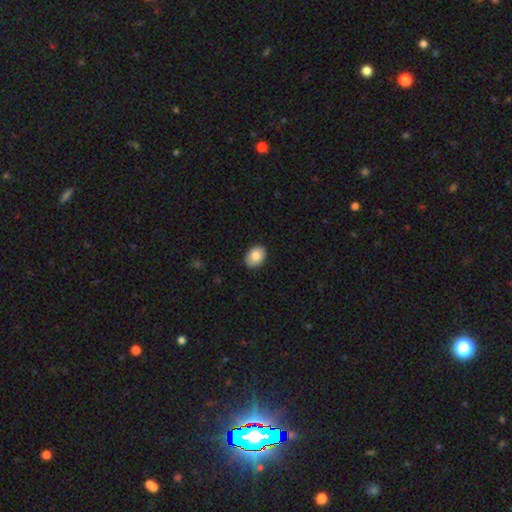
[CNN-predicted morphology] This appears to be a smooth galaxy with no disk features (82%) that is in between round and cigar-shaped (70%). Merging: none (89%).